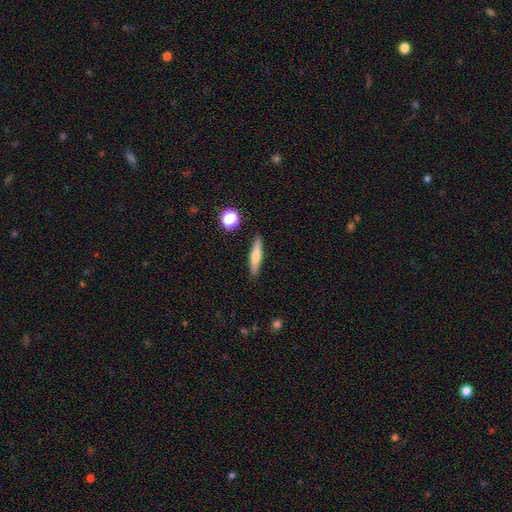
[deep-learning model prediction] smooth 64%, featured or disk 29%, star or artifact 8%. Down the decision tree: how rounded — cigar-shaped (84%); merging — none (89%).